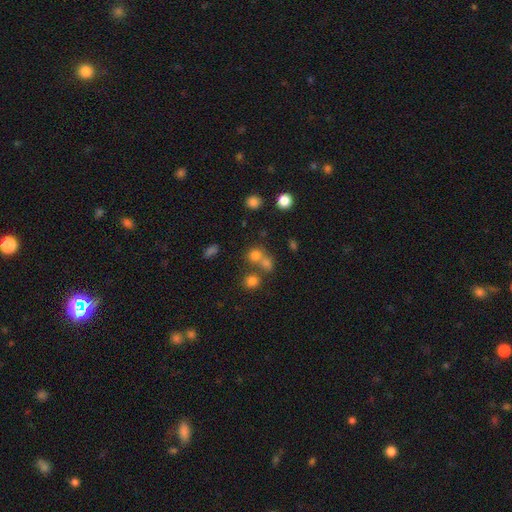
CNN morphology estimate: This is likely a smooth galaxy (72%). How rounded: clearly round (81%). Merging: possibly none (51%).